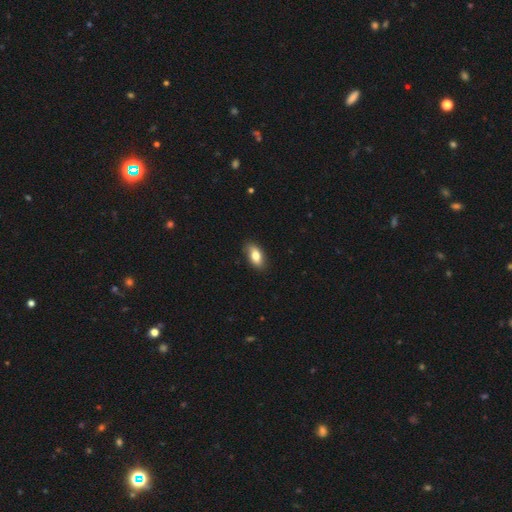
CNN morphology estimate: Smooth or featured? smooth (79%)
How rounded? in between (88%)
Merging? none (84%)